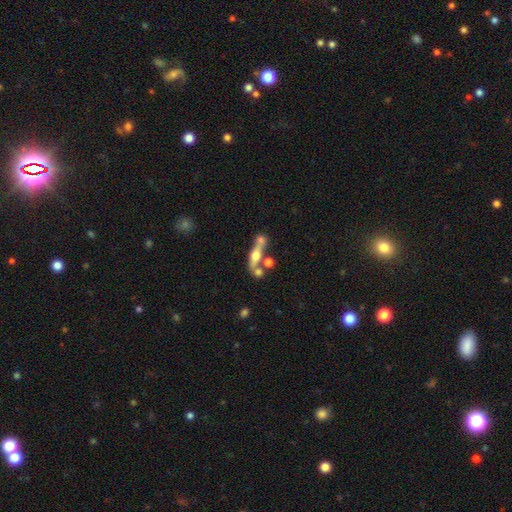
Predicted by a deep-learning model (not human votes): Q: Smooth or featured?
A: featured or disk (50%); runner-up: smooth (40%)
Q: Merging?
A: none (40%); tied with: merger (40%)